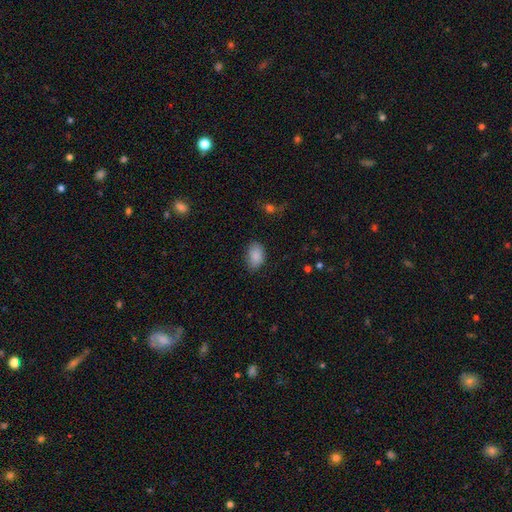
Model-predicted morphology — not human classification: smooth 88%, star or artifact 8%, featured or disk 5%. Down the decision tree: how rounded — in between (86%); merging — none (76%).